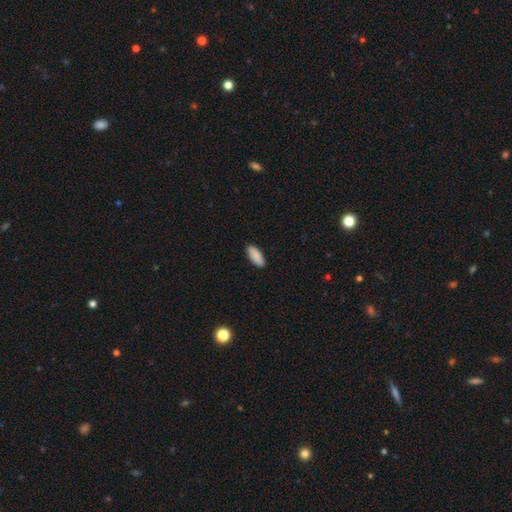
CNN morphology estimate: Smooth or featured? Predicted: smooth (p=0.90). How rounded? Predicted: in between (p=0.82). Merging? Predicted: none (p=0.90).